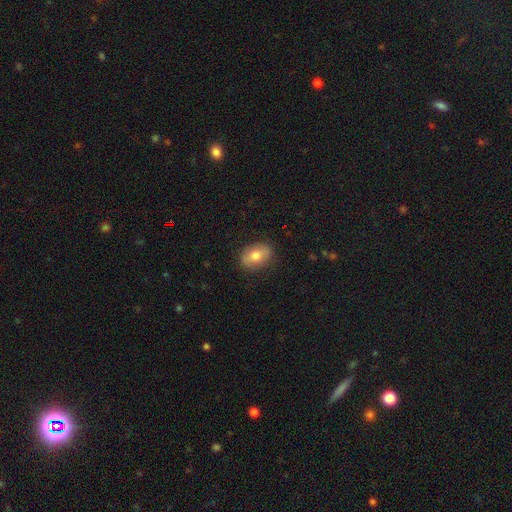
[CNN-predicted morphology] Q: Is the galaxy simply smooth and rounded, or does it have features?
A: smooth — 69%.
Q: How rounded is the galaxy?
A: in between — 79%.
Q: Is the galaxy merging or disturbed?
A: none — 85%.